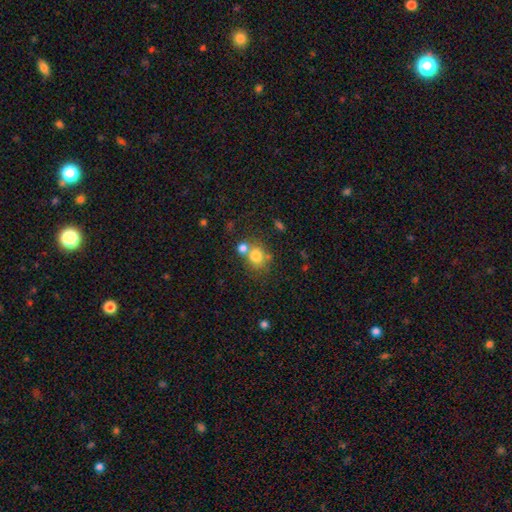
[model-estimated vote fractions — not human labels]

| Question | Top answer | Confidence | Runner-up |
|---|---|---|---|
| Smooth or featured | smooth | 76% | star or artifact (12%) |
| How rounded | round | 74% | in between (25%) |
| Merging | none | 49% | merger (35%) |